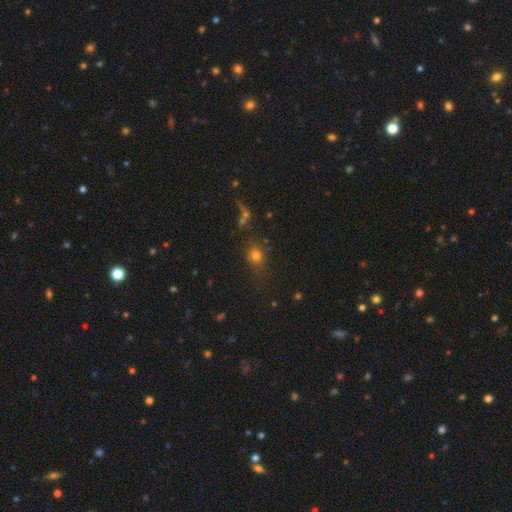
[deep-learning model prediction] Smooth or featured? smooth (73%)
How rounded? round (65%)
Merging? none (74%)